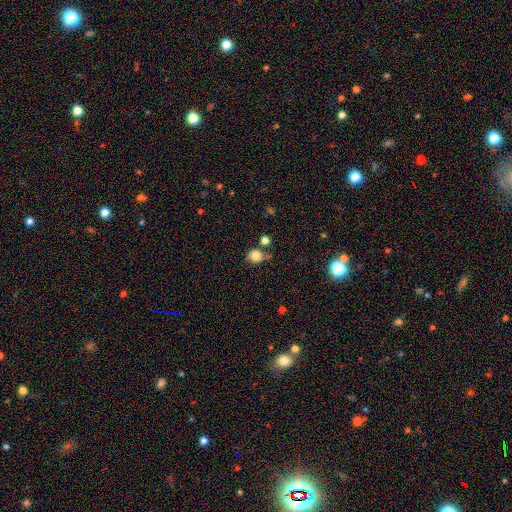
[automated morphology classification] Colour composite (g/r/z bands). It shows a smooth galaxy with no disk features (75%) that is round (76%). Merging: none (54%).